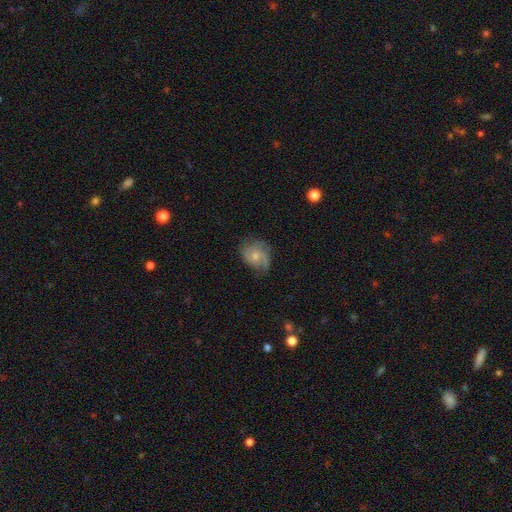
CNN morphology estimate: smooth_or_featured: featured or disk (p=0.58) [alt: smooth p=0.34]
disk_edge_on: no (p=0.97) [alt: yes p=0.03]
bar: no (p=0.75) [alt: weak p=0.22]
has_spiral_arms: yes (p=0.86) [alt: no p=0.14]
bulge_size: moderate (p=0.47) [alt: small p=0.46]
merging: none (p=0.59) [alt: minor disturbance p=0.27]